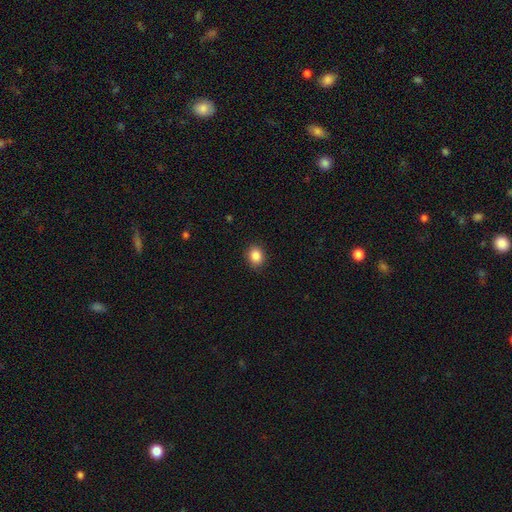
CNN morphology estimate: Smooth or featured?
  - smooth: 87% *
  - star or artifact: 9%
  - featured or disk: 4%
How rounded?
  - round: 58% *
  - in between: 41%
  - cigar-shaped: 1%
Merging?
  - none: 89% *
  - minor disturbance: 8%
  - major disturbance: 2%
  - merger: 1%